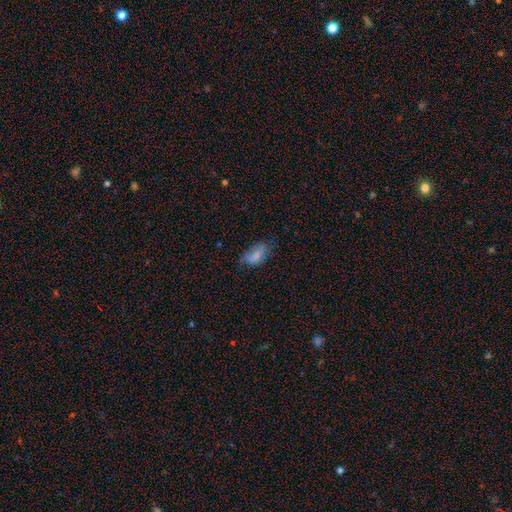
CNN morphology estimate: Smooth or featured? Predicted: smooth (p=0.71). How rounded? Predicted: in between (p=0.91). Merging? Predicted: none (p=0.42).